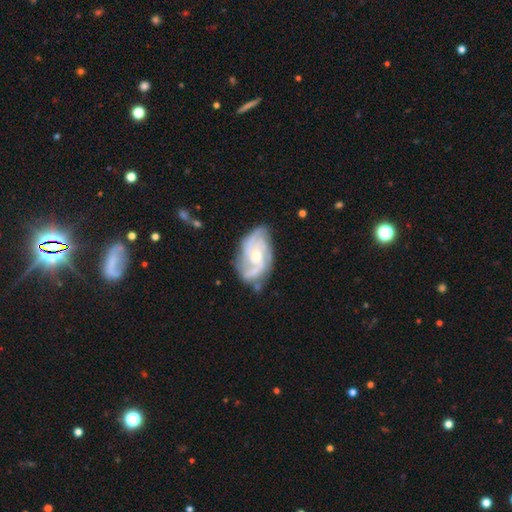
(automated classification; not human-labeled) Smooth or featured: featured or disk — 86% (smooth — 9%)
Edge-on disk: no — 97% (yes — 3%)
Bar: no — 63% (weak — 31%)
Spiral arms: yes — 96% (no — 4%)
Spiral winding: medium — 45% (tight — 40%)
Spiral arm count: 3 — 38% (2 — 21%)
Bulge size: moderate — 50% (small — 46%)
Merging: none — 68% (minor disturbance — 21%)